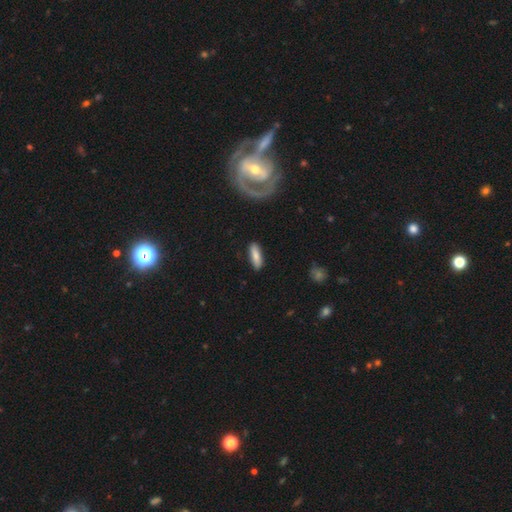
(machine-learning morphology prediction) This appears to be a smooth galaxy with no disk features (77%) that is cigar-shaped (49%, tied with in between). Merging: none (86%).